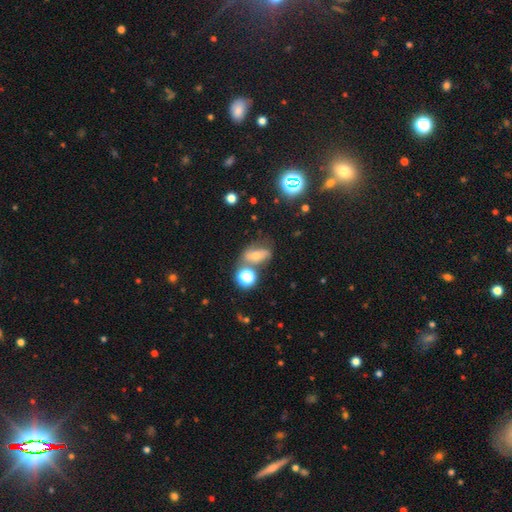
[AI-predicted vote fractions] Q: Smooth or featured?
A: smooth (48%); runner-up: featured or disk (31%)
Q: Merging?
A: none (54%); runner-up: minor disturbance (20%)